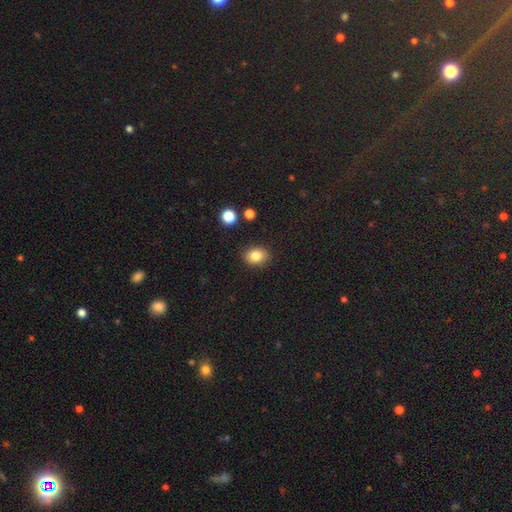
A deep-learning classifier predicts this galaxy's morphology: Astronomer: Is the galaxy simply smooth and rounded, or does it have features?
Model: smooth — 82%.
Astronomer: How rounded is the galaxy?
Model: in between — 58% (runner-up: round, 41%).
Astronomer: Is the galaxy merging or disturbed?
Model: none — 87%.